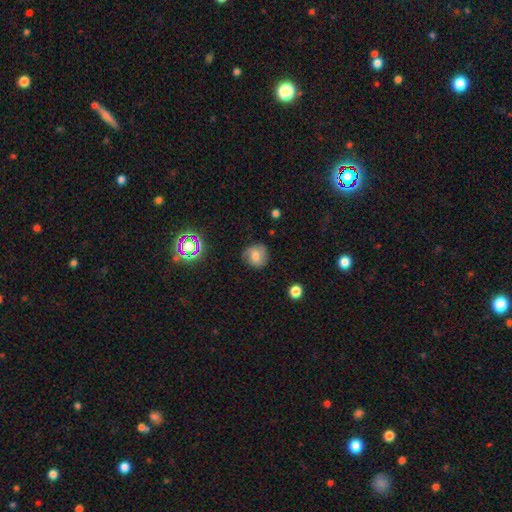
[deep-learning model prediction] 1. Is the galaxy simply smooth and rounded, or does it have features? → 49% smooth, 37% featured or disk, 13% star or artifact.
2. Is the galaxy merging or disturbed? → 70% none, 21% minor disturbance, 7% major disturbance, 2% merger.